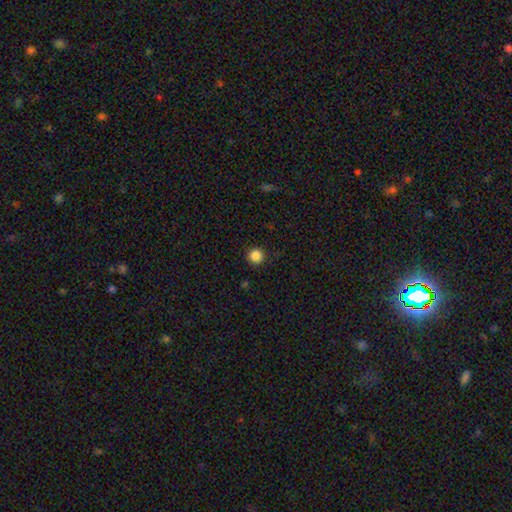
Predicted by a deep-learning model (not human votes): Smooth or featured? Predicted: smooth (p=0.86). How rounded? Predicted: round (p=0.95). Merging? Predicted: none (p=0.91).